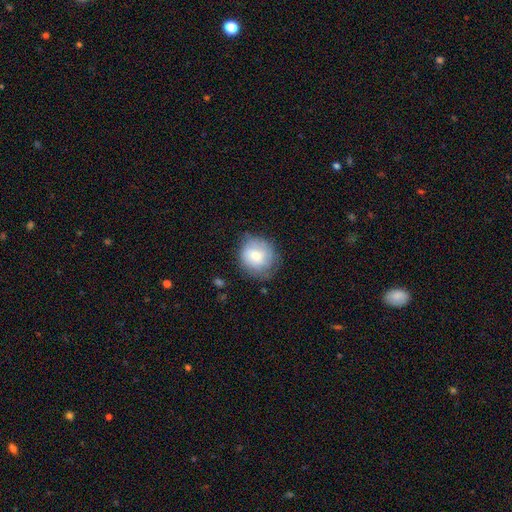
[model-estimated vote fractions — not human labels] The model was most divided on "merging": none: 65%, minor disturbance: 26%, major disturbance: 8%, merger: 2%. More confident: how rounded — round (80%); smooth or featured — smooth (67%).